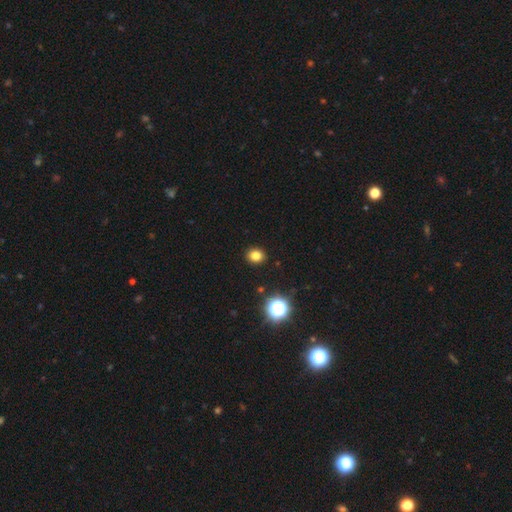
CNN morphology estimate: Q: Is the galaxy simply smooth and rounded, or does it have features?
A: smooth — 80%.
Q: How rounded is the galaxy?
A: round — 68%.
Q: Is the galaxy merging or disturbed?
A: none — 91%.